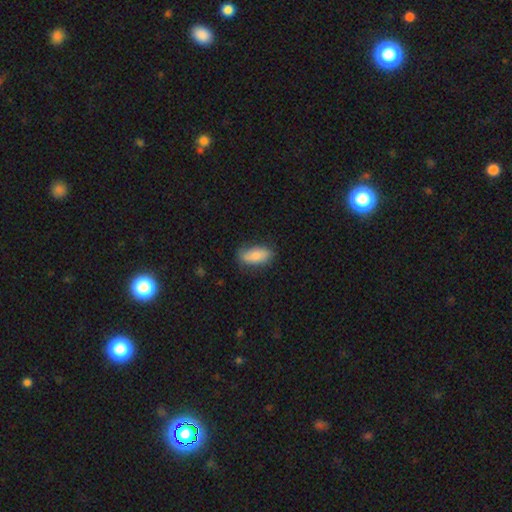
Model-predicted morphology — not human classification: A smooth galaxy with no disk features (79%) that is in between round and cigar-shaped (87%).

Vote fractions:
- Smooth or featured? smooth: 79% / featured or disk: 15% / star or artifact: 6%
- How rounded? in between: 87% / cigar-shaped: 10% / round: 3%
- Merging? none: 76% / minor disturbance: 19% / major disturbance: 4% / merger: 1%